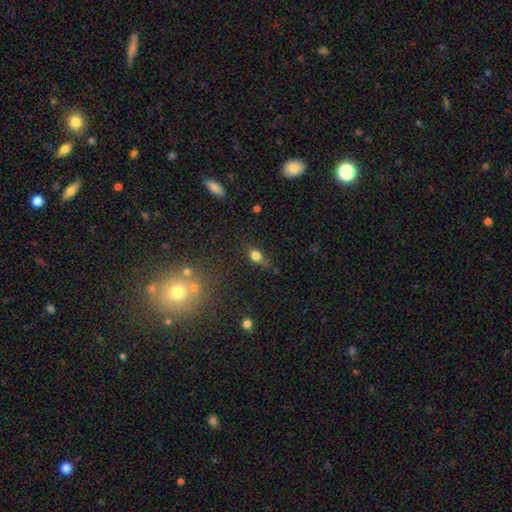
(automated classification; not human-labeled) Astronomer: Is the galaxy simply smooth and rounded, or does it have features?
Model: smooth — 75%.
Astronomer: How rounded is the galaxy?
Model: in between — 66%.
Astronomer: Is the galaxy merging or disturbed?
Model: none — 67%.